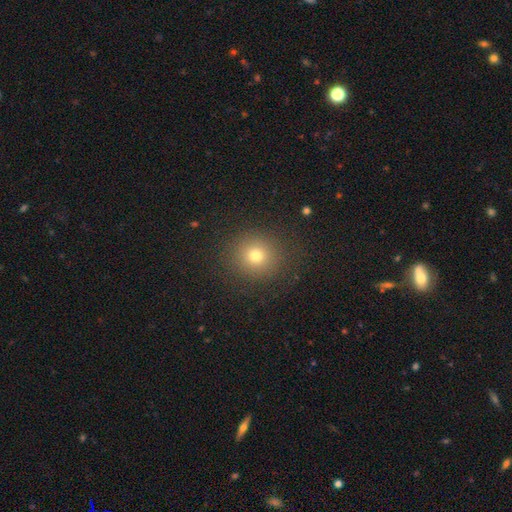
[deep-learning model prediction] Overall: smooth (73%). How rounded: round (89%). Merging: none (88%).